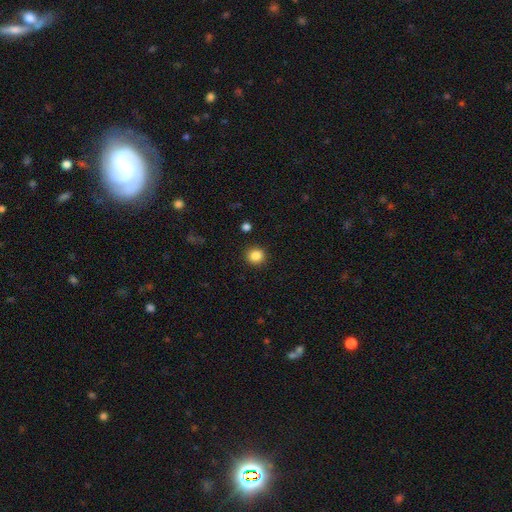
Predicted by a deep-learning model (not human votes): Q: Smooth or featured?
A: smooth (86%); runner-up: star or artifact (11%)
Q: How rounded?
A: round (90%); runner-up: in between (9%)
Q: Merging?
A: none (90%); runner-up: minor disturbance (6%)